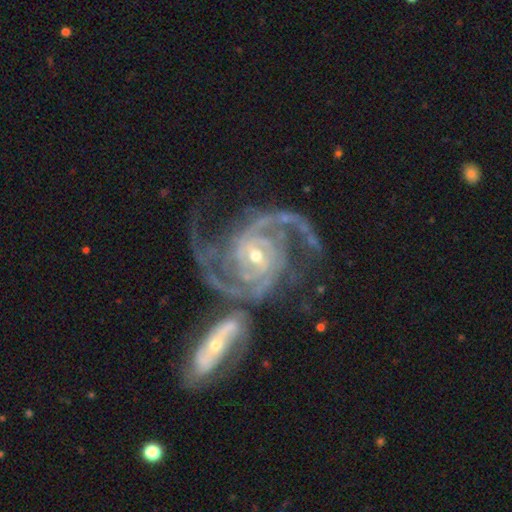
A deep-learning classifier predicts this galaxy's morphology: A featured or disk galaxy (92%) with no bar (42%), 2 (59%) medium (53%) spiral arms (99%) and a small central bulge (59%).

Vote fractions:
- Smooth or featured? featured or disk: 92% / star or artifact: 5% / smooth: 3%
- Edge-on disk? no: 97% / yes: 3%
- Bar? no: 42% / weak: 34% / strong: 24%
- Spiral arms? yes: 99% / no: 1%
- Spiral winding? medium: 53% / tight: 35% / loose: 13%
- Spiral arm count? 2: 59% / 3: 19% / can't tell: 8% / 4: 6% / 1: 4% / more than 4: 4%
- Bulge size? small: 59% / moderate: 37% / large: 2% / none: 1% / dominant: 1%
- Merging? merger: 36% (tied) / none: 36% (tied) / minor disturbance: 14% / major disturbance: 14%